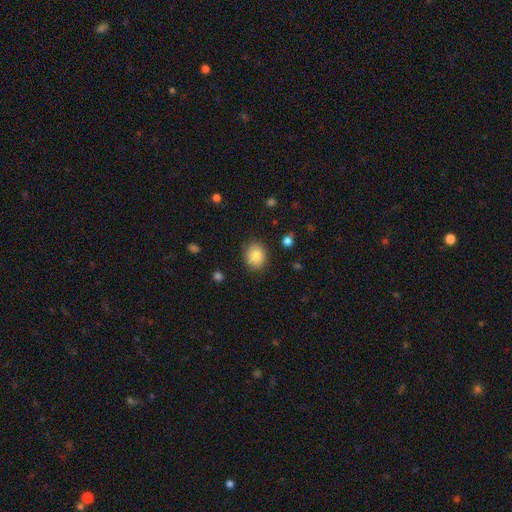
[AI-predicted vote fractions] Smooth or featured? Predicted: smooth (p=0.83). How rounded? Predicted: round (p=0.68). Merging? Predicted: none (p=0.88).